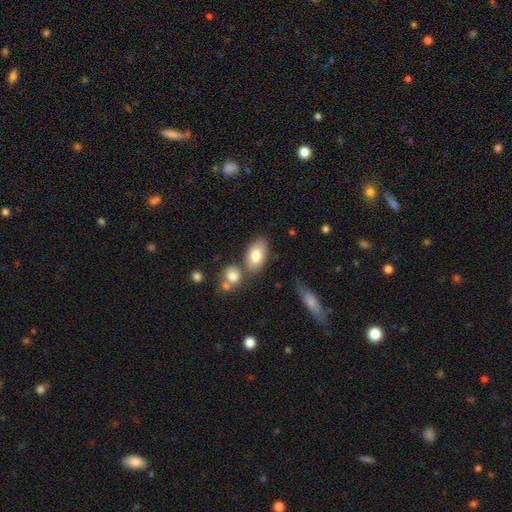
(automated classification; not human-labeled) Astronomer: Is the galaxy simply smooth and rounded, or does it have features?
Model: smooth — 79%.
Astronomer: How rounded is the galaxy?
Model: in between — 92%.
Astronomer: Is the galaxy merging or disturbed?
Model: none — 64%.